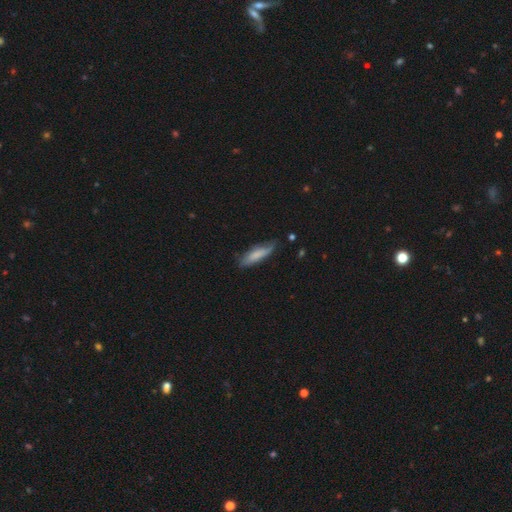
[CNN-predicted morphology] type=smooth (69%); roundness=cigar-shaped (61%); merging=none (61%).